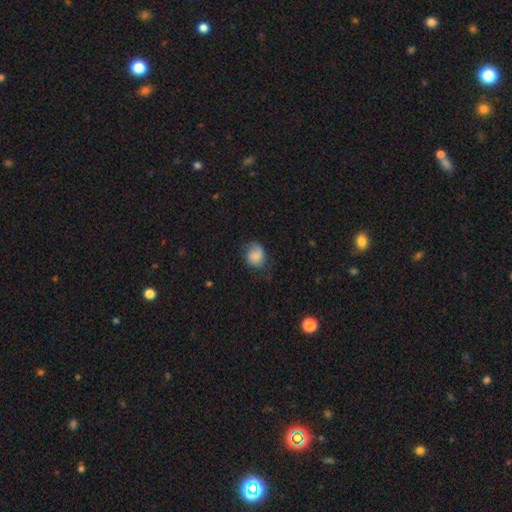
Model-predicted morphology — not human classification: smooth 74%, featured or disk 17%, star or artifact 8%. Down the decision tree: how rounded — round (58%); merging — none (63%).